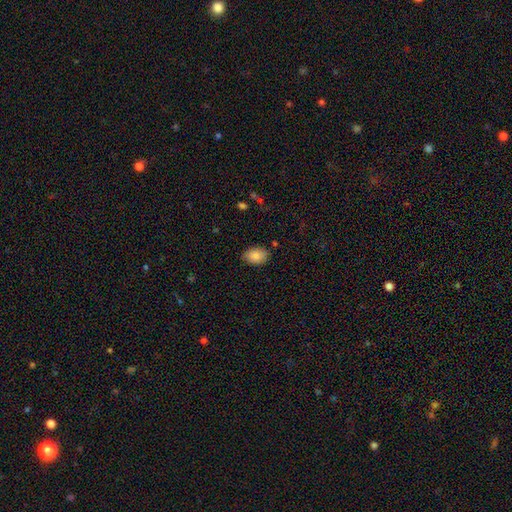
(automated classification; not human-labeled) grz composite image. It shows a smooth galaxy with no disk features (87%) that is in between round and cigar-shaped (85%). Merging: none (84%).